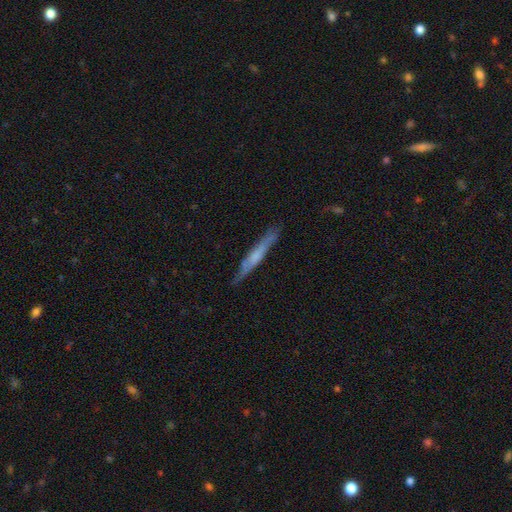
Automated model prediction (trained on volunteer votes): Morphology: type=featured or disk (52%); edge-on=yes (92%); merging=none (84%).